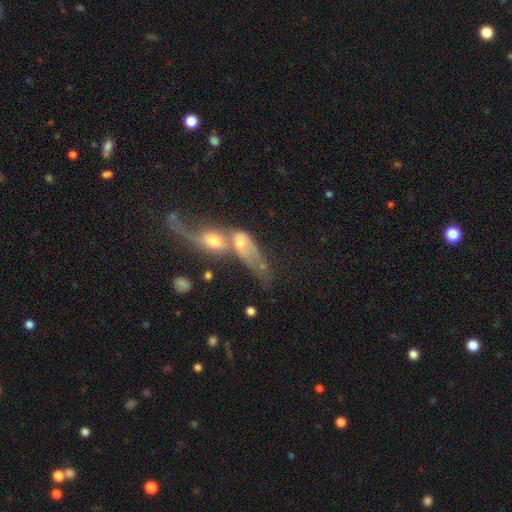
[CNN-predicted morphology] The model was most divided on "smooth or featured": featured or disk: 63%, smooth: 25%, star or artifact: 12%. More confident: merging — merger (77%); edge-on disk — no (76%).